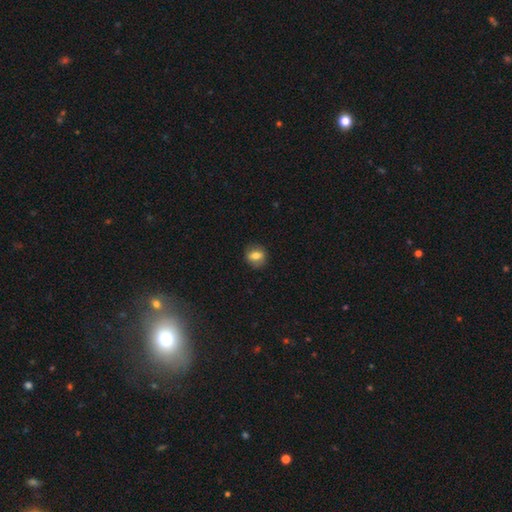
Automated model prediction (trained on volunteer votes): Smooth or featured?
  - smooth: 69% *
  - featured or disk: 21%
  - star or artifact: 9%
How rounded?
  - round: 63% *
  - in between: 35%
  - cigar-shaped: 2%
Merging?
  - none: 85% *
  - minor disturbance: 11%
  - major disturbance: 3%
  - merger: 1%